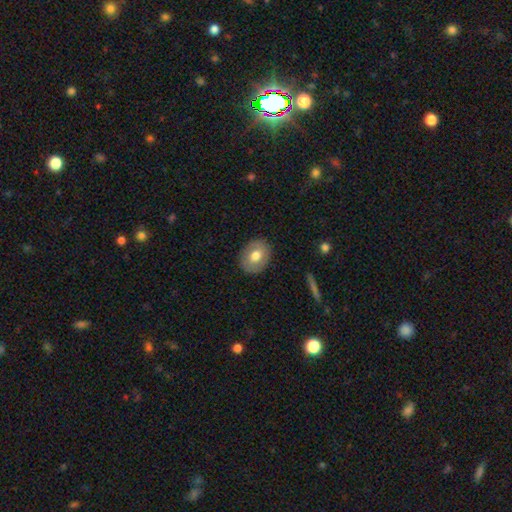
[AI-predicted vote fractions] Q: Smooth or featured?
A: smooth (69%); runner-up: featured or disk (24%)
Q: How rounded?
A: in between (53%); runner-up: round (46%)
Q: Merging?
A: none (88%); runner-up: minor disturbance (9%)